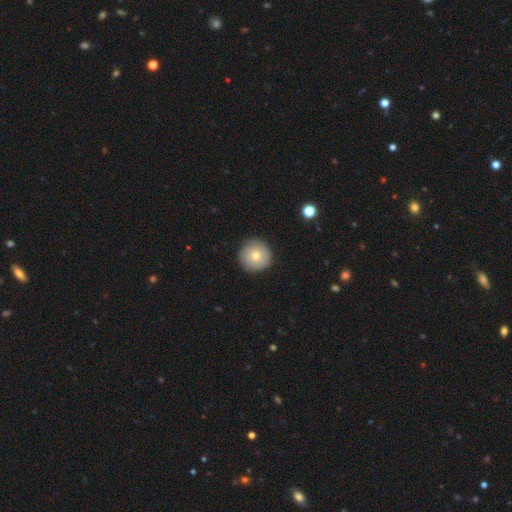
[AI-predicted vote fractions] This is likely a smooth galaxy (72%). How rounded: clearly round (96%). Merging: clearly none (90%).